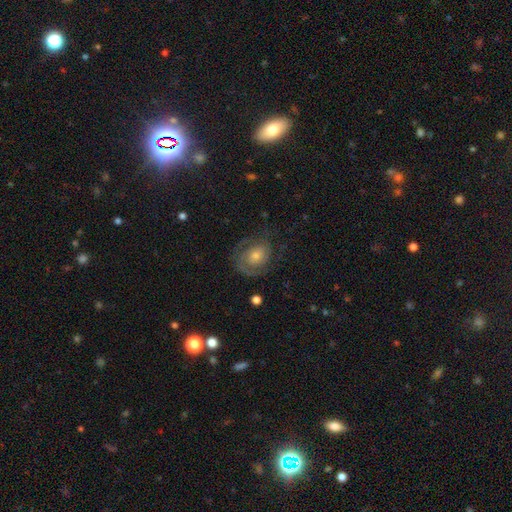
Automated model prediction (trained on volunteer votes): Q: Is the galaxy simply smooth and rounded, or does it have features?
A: featured or disk — 75%.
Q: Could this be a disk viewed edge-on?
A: no — 97%.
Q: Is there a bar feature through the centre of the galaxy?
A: no — 74%.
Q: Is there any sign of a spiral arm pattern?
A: yes — 92%.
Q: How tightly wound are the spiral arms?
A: tight — 57%.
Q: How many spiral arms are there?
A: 2 — 51%.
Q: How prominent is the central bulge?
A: small — 45%.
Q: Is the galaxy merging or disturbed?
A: none — 71%.